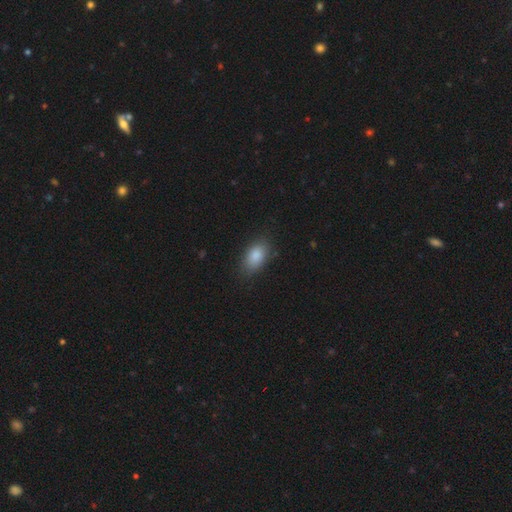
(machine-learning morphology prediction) The model was most divided on "merging": none: 79%, minor disturbance: 16%, major disturbance: 4%, merger: 1%. More confident: how rounded — in between (91%); smooth or featured — smooth (86%).